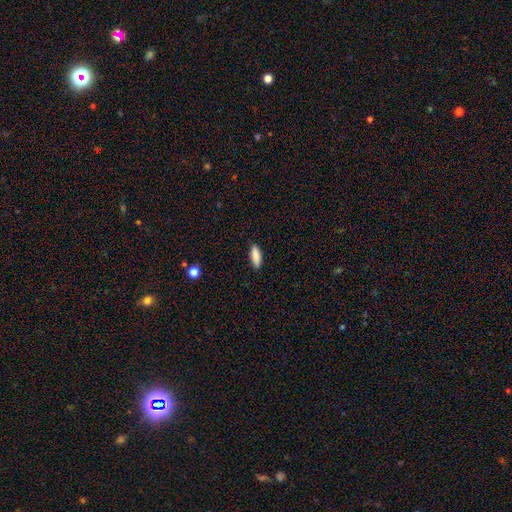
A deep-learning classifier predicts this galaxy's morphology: Q: Smooth or featured?
A: smooth (86%); runner-up: featured or disk (7%)
Q: How rounded?
A: in between (57%); runner-up: cigar-shaped (41%)
Q: Merging?
A: none (88%); runner-up: minor disturbance (9%)